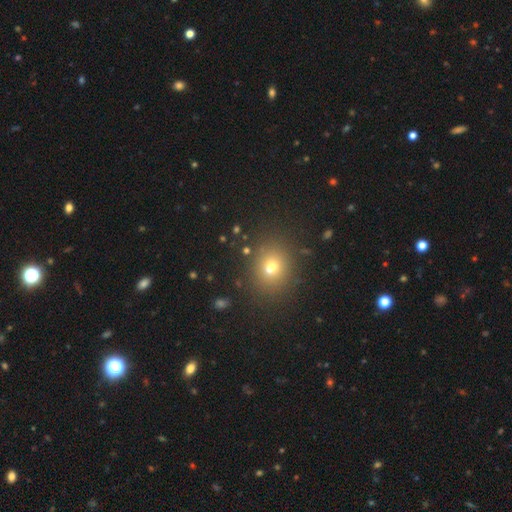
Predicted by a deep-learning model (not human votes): Smooth or featured: smooth — 62% (star or artifact — 31%)
How rounded: round — 75% (in between — 24%)
Merging: none — 90% (minor disturbance — 6%)